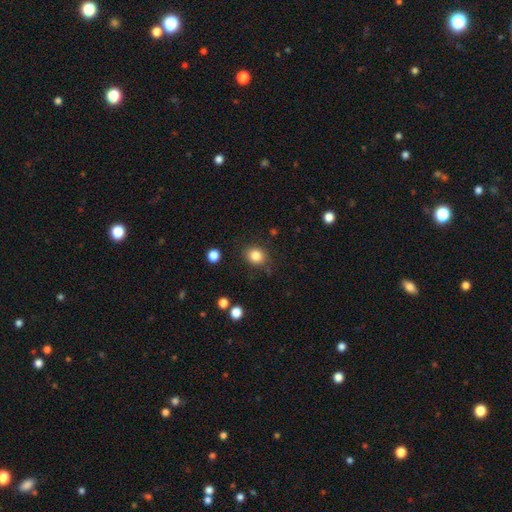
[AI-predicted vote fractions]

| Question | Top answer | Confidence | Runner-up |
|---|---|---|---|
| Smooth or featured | smooth | 84% | star or artifact (10%) |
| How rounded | round | 64% | in between (35%) |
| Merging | none | 83% | minor disturbance (12%) |